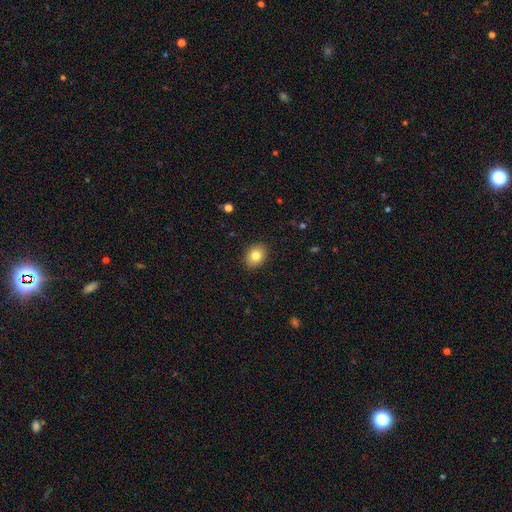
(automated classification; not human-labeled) Smooth or featured? Predicted: smooth (p=0.82). How rounded? Predicted: in between (p=0.62). Merging? Predicted: none (p=0.90).